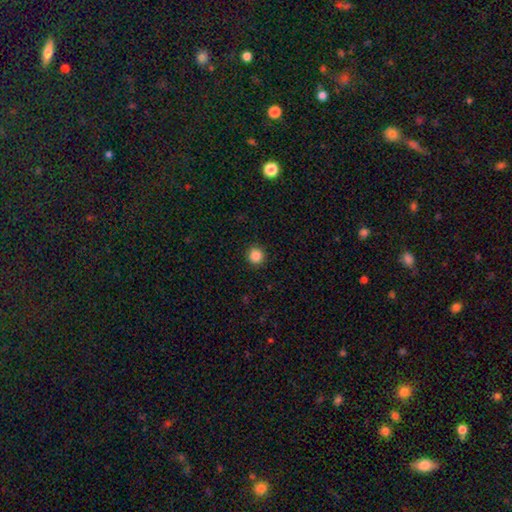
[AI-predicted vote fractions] A smooth galaxy with no disk features (86%) that is round (95%). Merging: none (92%).